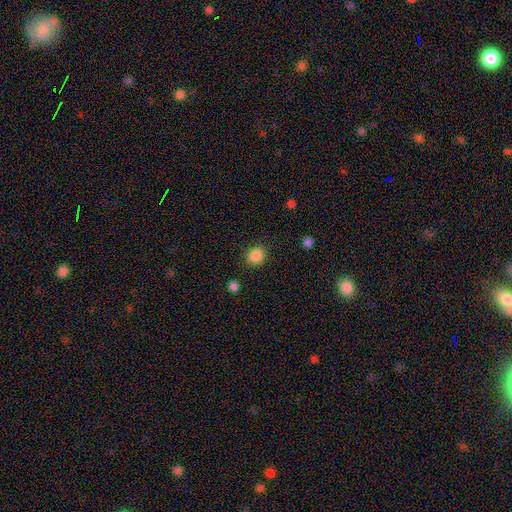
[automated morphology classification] Smooth or featured? Predicted: smooth (p=0.87). How rounded? Predicted: round (p=0.70). Merging? Predicted: none (p=0.86).